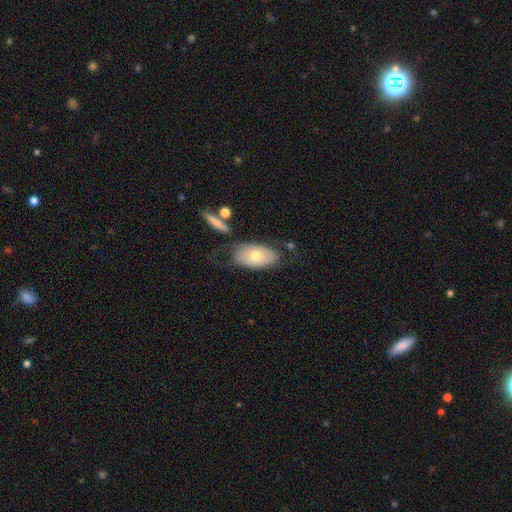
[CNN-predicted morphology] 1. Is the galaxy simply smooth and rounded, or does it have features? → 61% smooth, 31% featured or disk, 7% star or artifact.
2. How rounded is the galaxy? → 91% in between, 6% round, 3% cigar-shaped.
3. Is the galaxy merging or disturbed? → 53% none, 24% minor disturbance, 15% major disturbance, 8% merger.